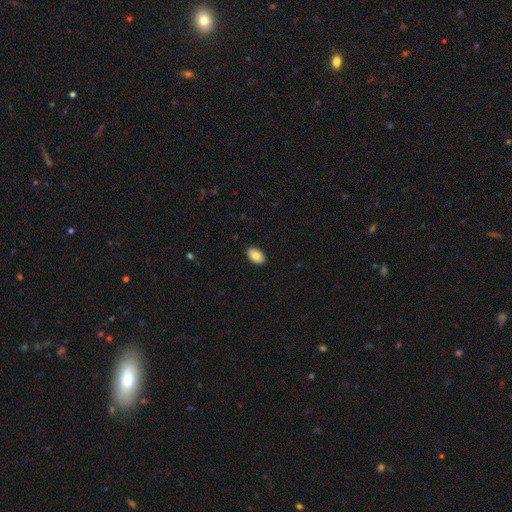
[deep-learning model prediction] The model was most divided on "smooth or featured": smooth: 81%, featured or disk: 12%, star or artifact: 7%. More confident: how rounded — in between (91%); merging — none (89%).